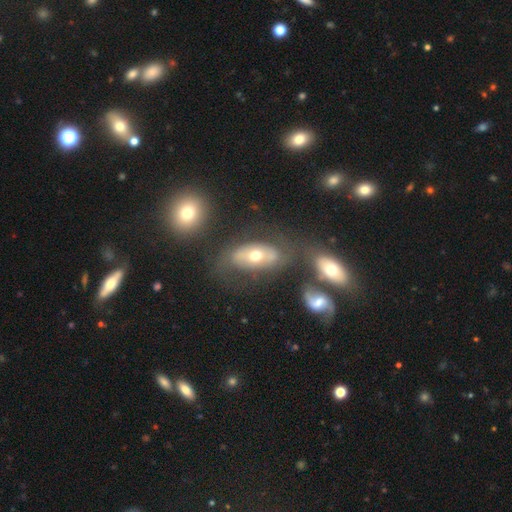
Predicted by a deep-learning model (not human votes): smooth_or_featured: featured or disk (p=0.47) [alt: smooth p=0.42]
merging: none (p=0.51) [alt: minor disturbance p=0.20]